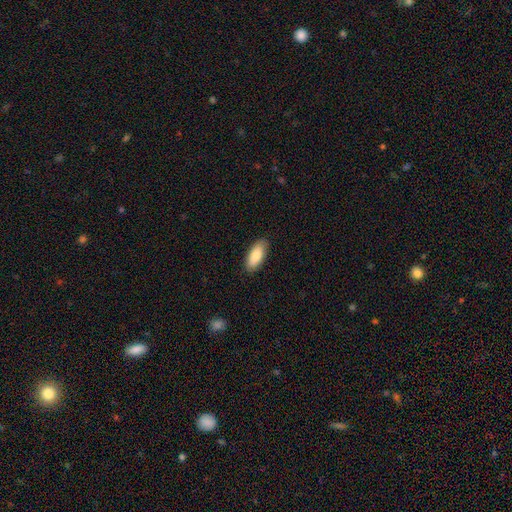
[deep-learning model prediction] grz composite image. It shows a smooth galaxy with no disk features (85%) that is in between round and cigar-shaped (84%). Merging: none (87%).